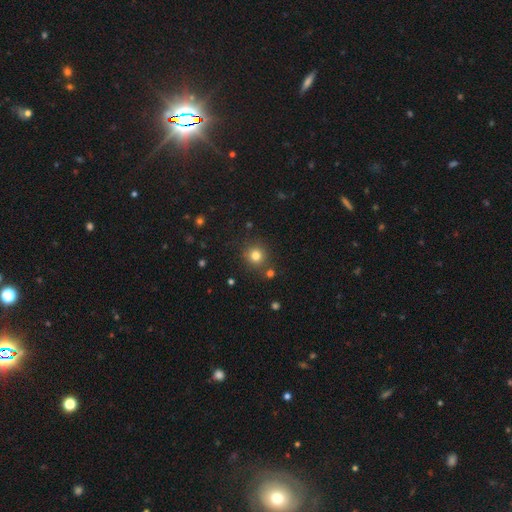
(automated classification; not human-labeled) smooth_or_featured: smooth (p=0.79) [alt: star or artifact p=0.14]
how_rounded: round (p=0.91) [alt: in between p=0.08]
merging: none (p=0.82) [alt: minor disturbance p=0.08]